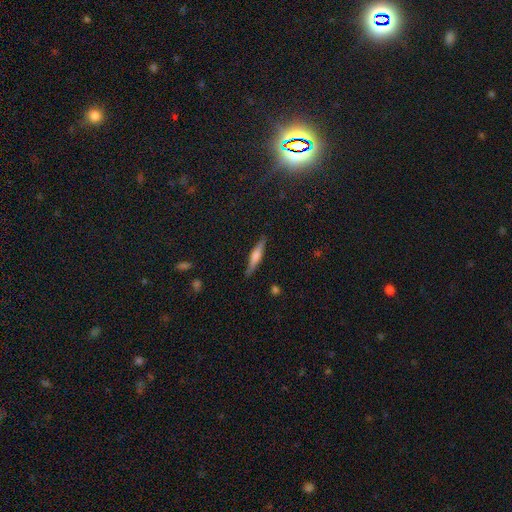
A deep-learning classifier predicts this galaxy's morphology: Overall: featured or disk (52%; smooth 42%). Edge-on disk: yes (97%). Merging: none (88%).